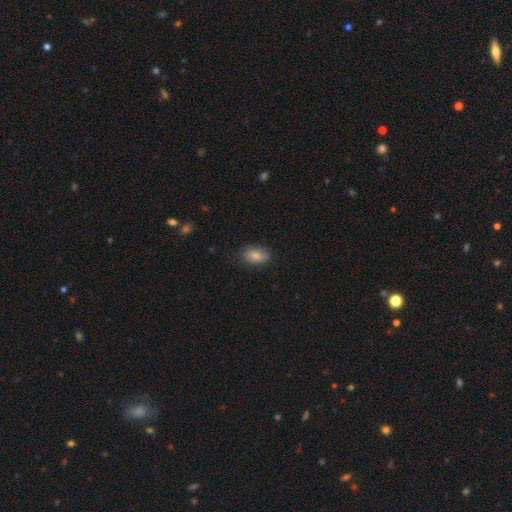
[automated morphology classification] Smooth or featured? smooth (81%)
How rounded? in between (88%)
Merging? none (80%)